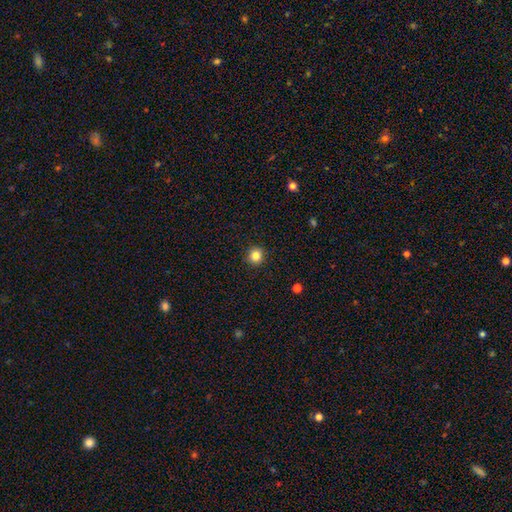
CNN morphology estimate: A smooth galaxy with no disk features (83%) that is round (94%). Merging: none (92%).